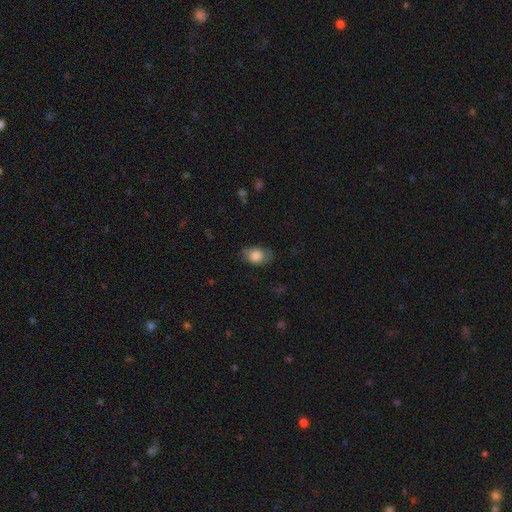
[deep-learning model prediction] smooth-or-featured: smooth: 81% | featured or disk: 11% | star or artifact: 7%
  how-rounded: in between: 81% | round: 17% | cigar-shaped: 1%
  merging: none: 71% | minor disturbance: 22% | major disturbance: 6% | merger: 1%